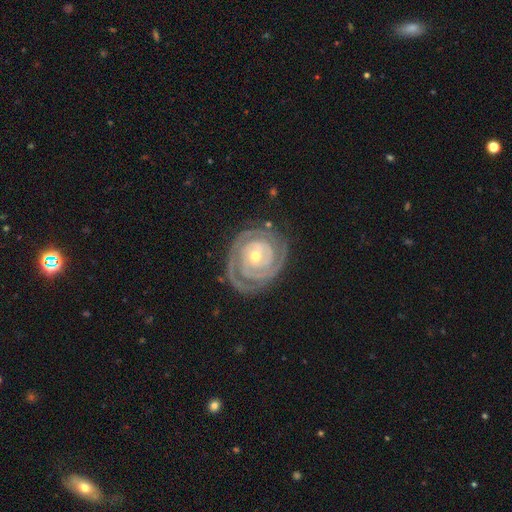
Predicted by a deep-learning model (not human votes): smooth_or_featured: featured or disk (p=0.89) [alt: smooth p=0.06]
disk_edge_on: no (p=0.97) [alt: yes p=0.03]
bar: no (p=0.71) [alt: weak p=0.19]
has_spiral_arms: yes (p=0.97) [alt: no p=0.03]
spiral_winding: tight (p=0.86) [alt: medium p=0.11]
spiral_arm_count: 2 (p=0.53) [alt: 3 p=0.16]
bulge_size: small (p=0.54) [alt: moderate p=0.42]
merging: none (p=0.78) [alt: minor disturbance p=0.15]